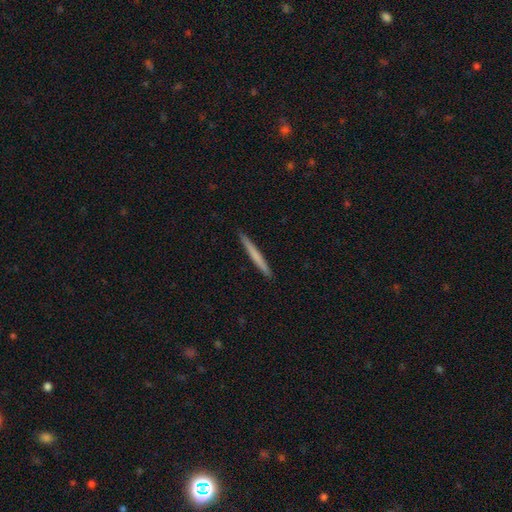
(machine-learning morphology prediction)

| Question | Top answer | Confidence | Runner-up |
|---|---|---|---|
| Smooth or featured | smooth | 63% | featured or disk (32%) |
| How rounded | cigar-shaped | 97% | in between (2%) |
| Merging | none | 93% | minor disturbance (5%) |